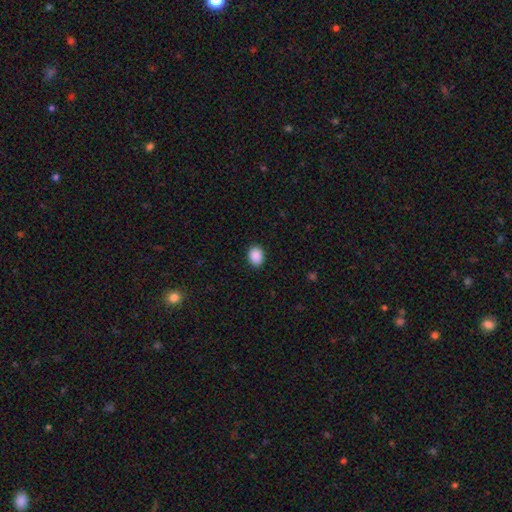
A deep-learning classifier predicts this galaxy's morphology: smooth-or-featured: smooth: 90% | star or artifact: 8% | featured or disk: 2%
  how-rounded: in between: 60% | round: 40% | cigar-shaped: 1%
  merging: none: 90% | minor disturbance: 7% | major disturbance: 2% | merger: 1%